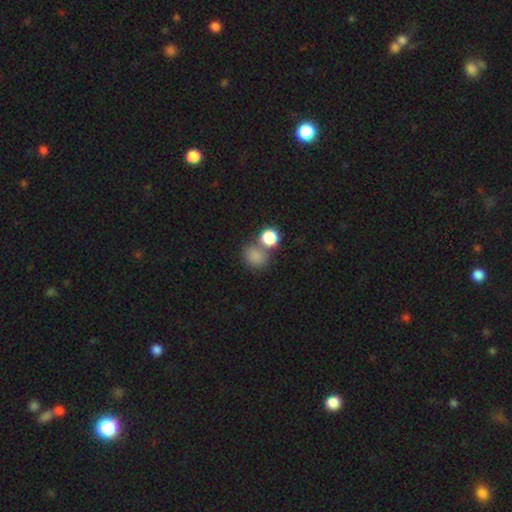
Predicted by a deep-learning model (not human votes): smooth-or-featured: smooth: 81% | star or artifact: 13% | featured or disk: 6%
  how-rounded: round: 74% | in between: 25% | cigar-shaped: 1%
  merging: none: 55% | merger: 28% | minor disturbance: 12% | major disturbance: 5%